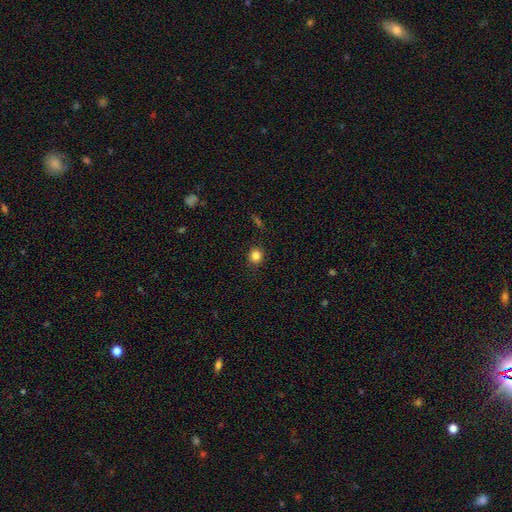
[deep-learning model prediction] smooth_or_featured: smooth (p=0.84) [alt: star or artifact p=0.12]
how_rounded: round (p=0.88) [alt: in between p=0.11]
merging: none (p=0.90) [alt: minor disturbance p=0.07]